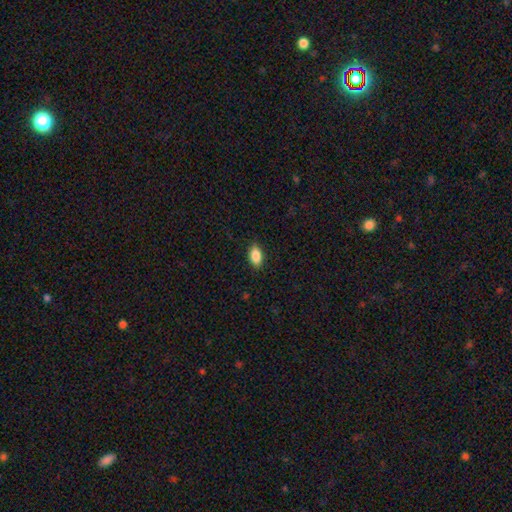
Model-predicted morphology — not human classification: type=smooth (87%); roundness=in between (90%); merging=none (87%).